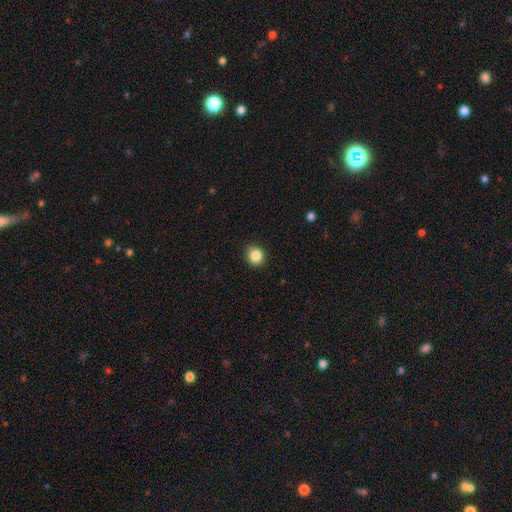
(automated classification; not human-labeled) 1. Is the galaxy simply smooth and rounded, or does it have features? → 86% smooth, 10% star or artifact, 4% featured or disk.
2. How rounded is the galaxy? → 87% round, 12% in between, 1% cigar-shaped.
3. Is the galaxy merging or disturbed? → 88% none, 9% minor disturbance, 2% major disturbance, 1% merger.